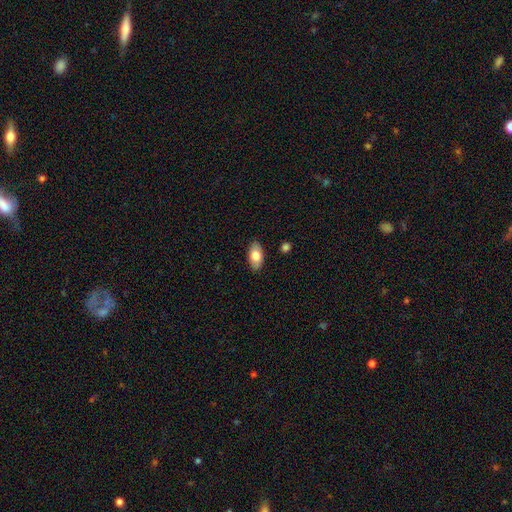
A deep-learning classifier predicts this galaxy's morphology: Overall: smooth (78%). How rounded: in between (93%). Merging: none (88%).